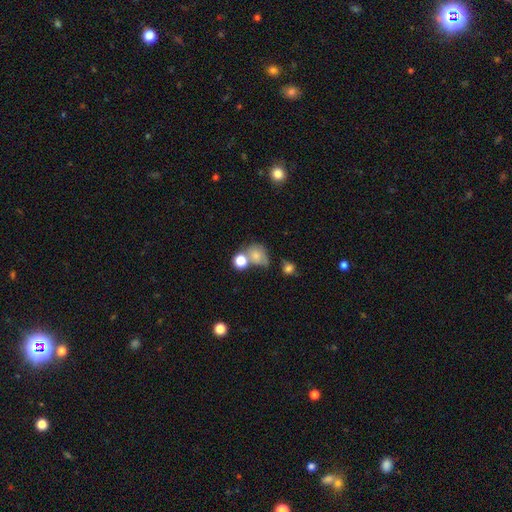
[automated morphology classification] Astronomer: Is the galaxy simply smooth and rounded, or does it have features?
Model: smooth — 72%.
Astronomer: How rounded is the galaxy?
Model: round — 61% (runner-up: in between, 37%).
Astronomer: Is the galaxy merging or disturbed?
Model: none — 38% (runner-up: merger, 33%).